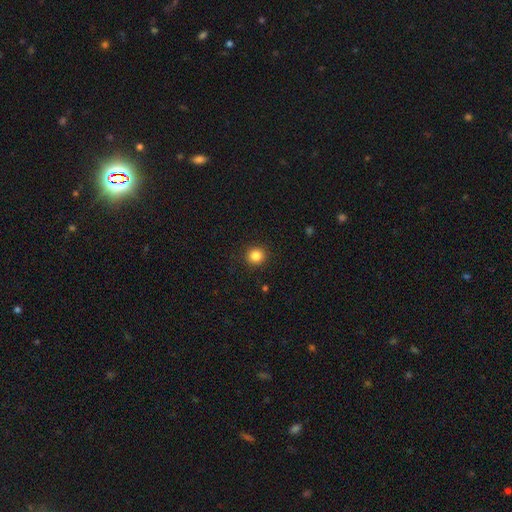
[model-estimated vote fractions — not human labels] Q: Smooth or featured?
A: smooth (85%); runner-up: star or artifact (11%)
Q: How rounded?
A: round (91%); runner-up: in between (8%)
Q: Merging?
A: none (91%); runner-up: minor disturbance (6%)